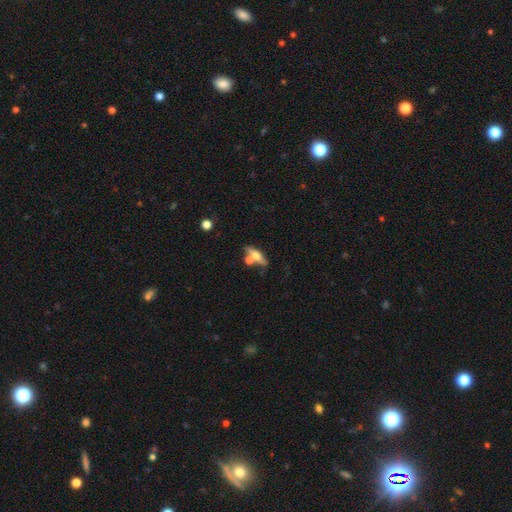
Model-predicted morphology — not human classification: This appears to be a featured or disk galaxy (47%). Merging: none (55%).